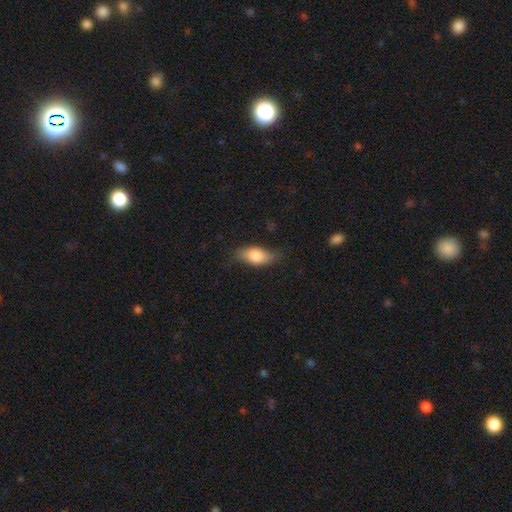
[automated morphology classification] Smooth or featured: smooth — 75% (featured or disk — 18%)
How rounded: in between — 84% (cigar-shaped — 11%)
Merging: none — 71% (minor disturbance — 23%)